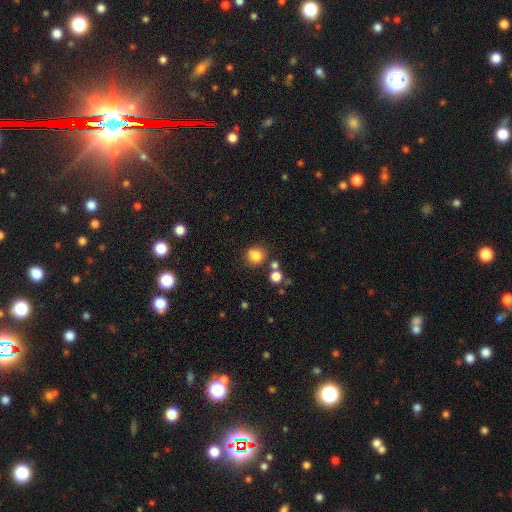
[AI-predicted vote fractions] smooth 82%, star or artifact 12%, featured or disk 5%. Down the decision tree: how rounded — round (84%); merging — none (74%).